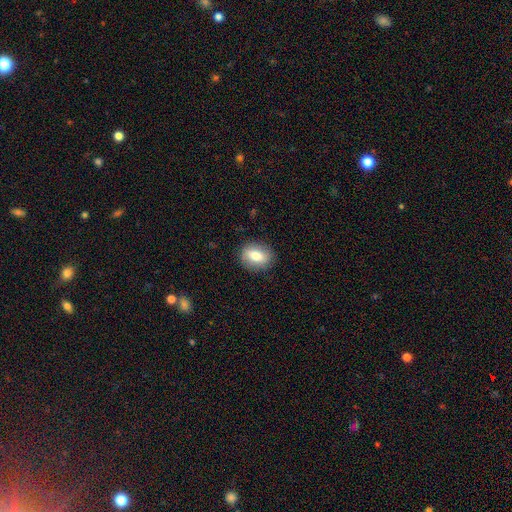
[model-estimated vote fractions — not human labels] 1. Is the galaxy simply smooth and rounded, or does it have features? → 76% smooth, 16% featured or disk, 8% star or artifact.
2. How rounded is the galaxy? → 64% in between, 34% round, 2% cigar-shaped.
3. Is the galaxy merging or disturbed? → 86% none, 10% minor disturbance, 3% major disturbance, 1% merger.